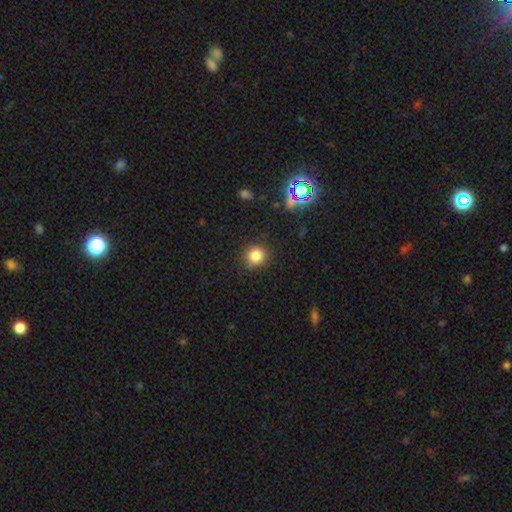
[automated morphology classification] A smooth galaxy with no disk features (81%) that is round (90%). Merging: none (86%).